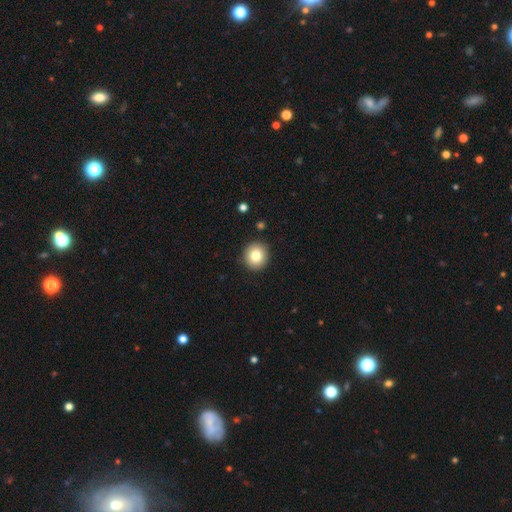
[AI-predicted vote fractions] smooth 80%, star or artifact 10%, featured or disk 10%. Down the decision tree: how rounded — round (92%); merging — none (91%).